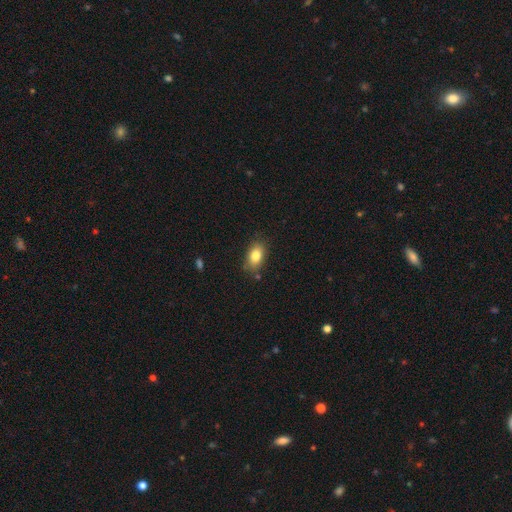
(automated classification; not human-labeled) The model was most divided on "merging": none: 80%, minor disturbance: 14%, major disturbance: 3%, merger: 2%. More confident: how rounded — in between (86%); smooth or featured — smooth (83%).